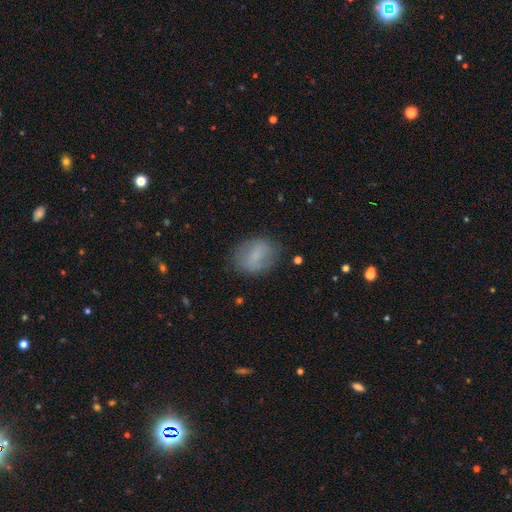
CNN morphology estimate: Q: Smooth or featured?
A: smooth (69%); runner-up: featured or disk (22%)
Q: How rounded?
A: in between (67%); runner-up: round (31%)
Q: Merging?
A: none (77%); runner-up: minor disturbance (16%)